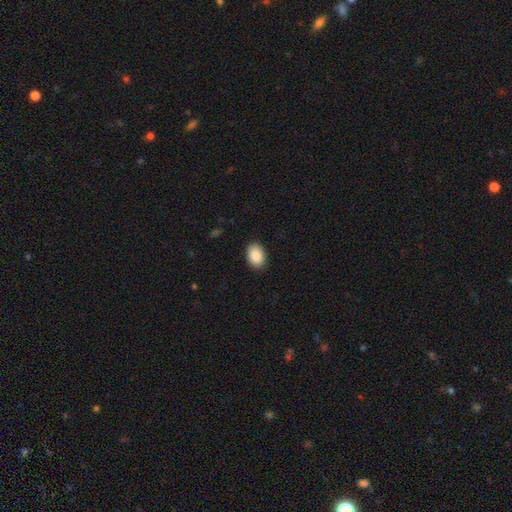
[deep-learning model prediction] Morphology: type=smooth (89%); roundness=in between (86%); merging=none (89%).